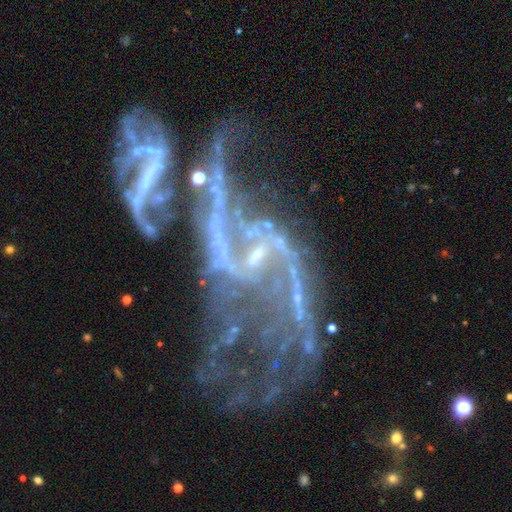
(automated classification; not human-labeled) A featured or disk galaxy (83%) with no bar (46%), 2 (64%) loose (73%) spiral arms (79%) and a small central bulge (59%).

Vote fractions:
- Smooth or featured? featured or disk: 83% / star or artifact: 12% / smooth: 5%
- Edge-on disk? no: 96% / yes: 4%
- Bar? no: 46% / weak: 35% / strong: 19%
- Spiral arms? yes: 79% / no: 21%
- Spiral winding? loose: 73% / medium: 19% / tight: 8%
- Spiral arm count? 2: 64% / can't tell: 15% / 1: 8% / 3: 5% / 4: 4% / more than 4: 4%
- Bulge size? small: 59% / none: 28% / moderate: 10% / large: 2% / dominant: 1%
- Merging? merger: 51% / major disturbance: 27% / none: 13% / minor disturbance: 9%